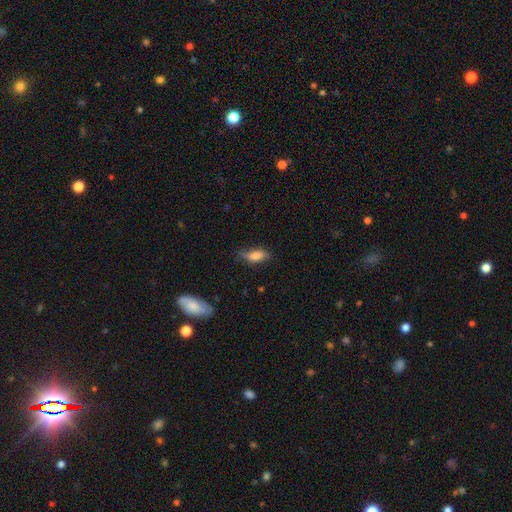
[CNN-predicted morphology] Overall: smooth (74%). How rounded: in between (76%). Merging: none (59%; minor disturbance 31%).